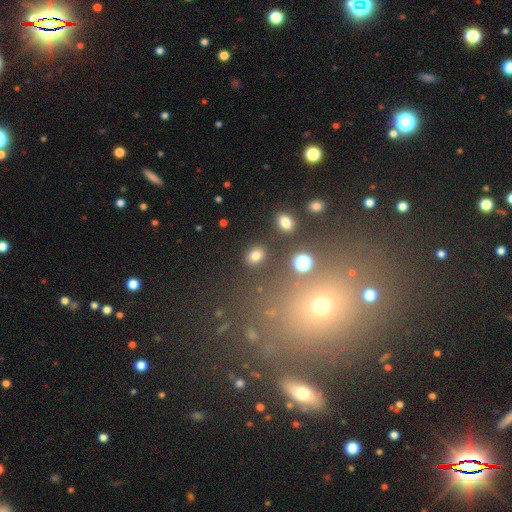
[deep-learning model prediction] A smooth galaxy with no disk features (76%) that is in between round and cigar-shaped (63%).

Vote fractions:
- Smooth or featured? smooth: 76% / star or artifact: 17% / featured or disk: 8%
- How rounded? in between: 63% / round: 35% / cigar-shaped: 2%
- Merging? none: 83% / minor disturbance: 9% / merger: 5% / major disturbance: 4%